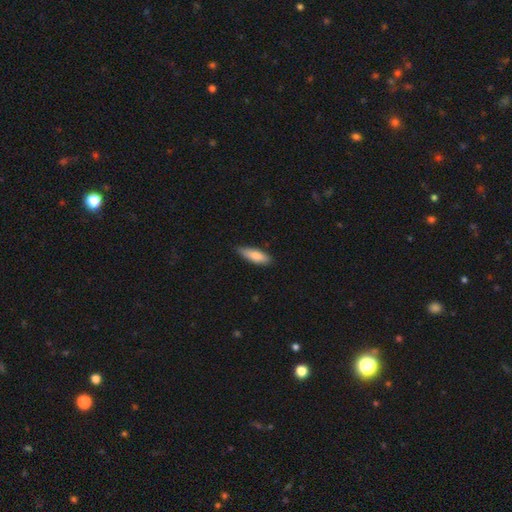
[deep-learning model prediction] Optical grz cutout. It shows a smooth galaxy with no disk features (80%) that is in between round and cigar-shaped (50%). Merging: none (79%).